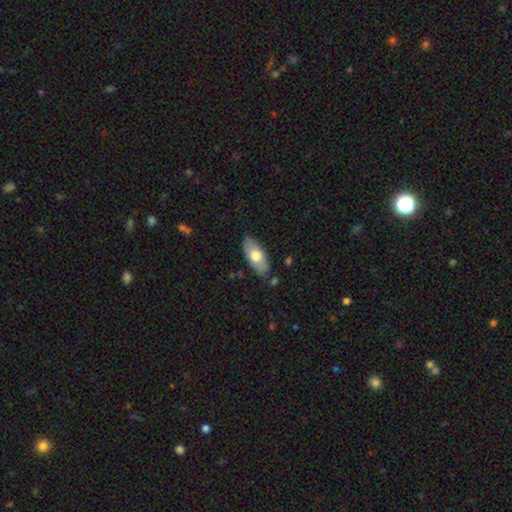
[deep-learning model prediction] smooth 66%, featured or disk 29%, star or artifact 6%. Down the decision tree: how rounded — in between (87%); merging — none (84%).